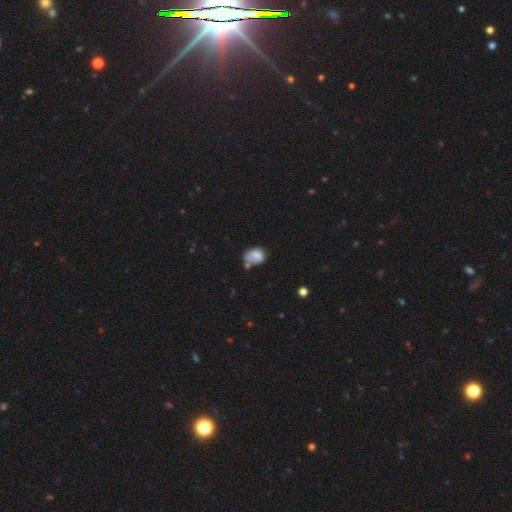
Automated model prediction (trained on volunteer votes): Smooth or featured: smooth — 73% (featured or disk — 17%)
How rounded: in between — 65% (round — 34%)
Merging: none — 36% (minor disturbance — 30%)